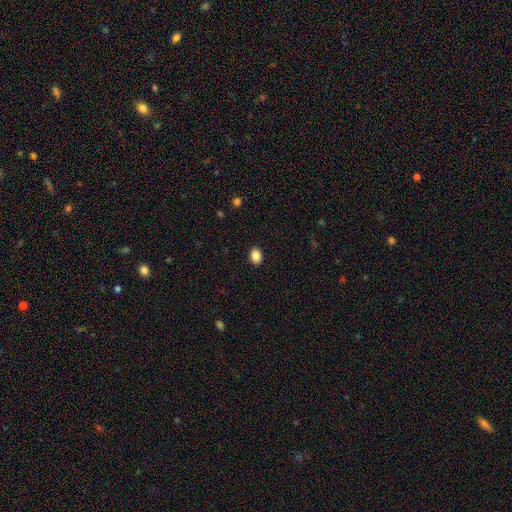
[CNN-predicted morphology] smooth_or_featured: smooth (p=0.87) [alt: star or artifact p=0.09]
how_rounded: in between (p=0.71) [alt: round p=0.28]
merging: none (p=0.90) [alt: minor disturbance p=0.07]